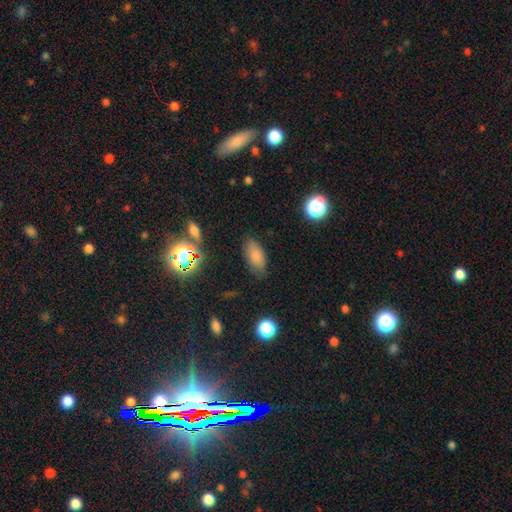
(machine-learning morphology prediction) Smooth or featured?
  - smooth: 80% *
  - star or artifact: 11%
  - featured or disk: 9%
How rounded?
  - in between: 90% *
  - cigar-shaped: 6%
  - round: 4%
Merging?
  - none: 81% *
  - minor disturbance: 14%
  - major disturbance: 4%
  - merger: 2%